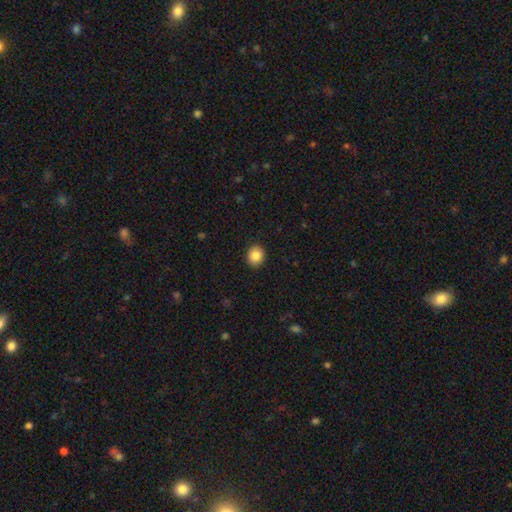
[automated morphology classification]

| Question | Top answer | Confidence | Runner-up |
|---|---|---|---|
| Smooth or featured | smooth | 86% | star or artifact (9%) |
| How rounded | round | 72% | in between (27%) |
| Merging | none | 91% | minor disturbance (6%) |